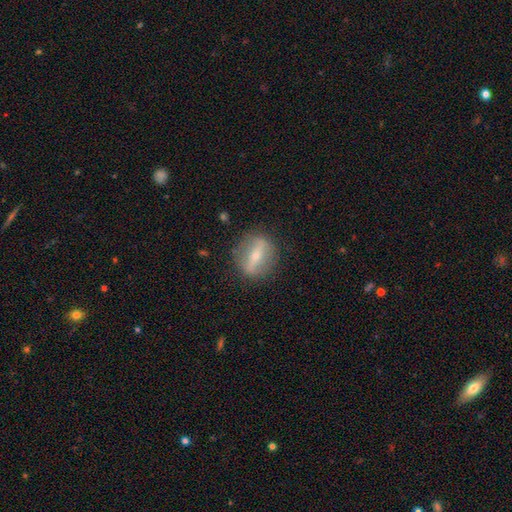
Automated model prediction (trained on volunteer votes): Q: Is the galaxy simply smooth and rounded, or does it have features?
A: featured or disk — 62%.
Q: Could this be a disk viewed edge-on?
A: no — 64%.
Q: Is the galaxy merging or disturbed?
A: none — 83%.